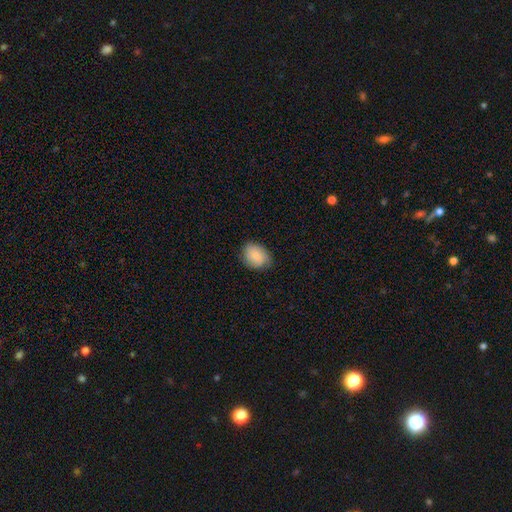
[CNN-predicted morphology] This is clearly a smooth galaxy (83%). How rounded: likely in between (62%). Merging: likely none (77%).